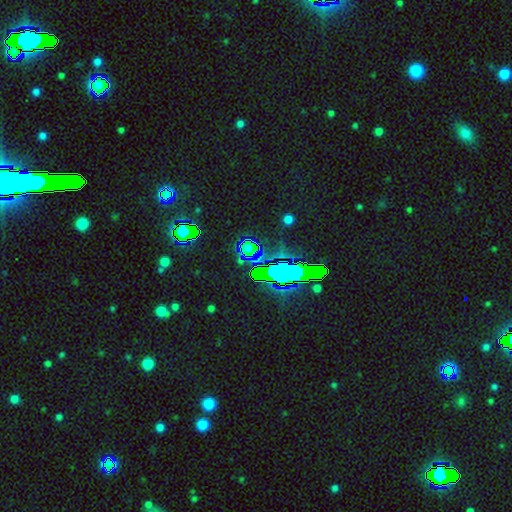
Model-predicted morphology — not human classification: type=star or artifact (78%).